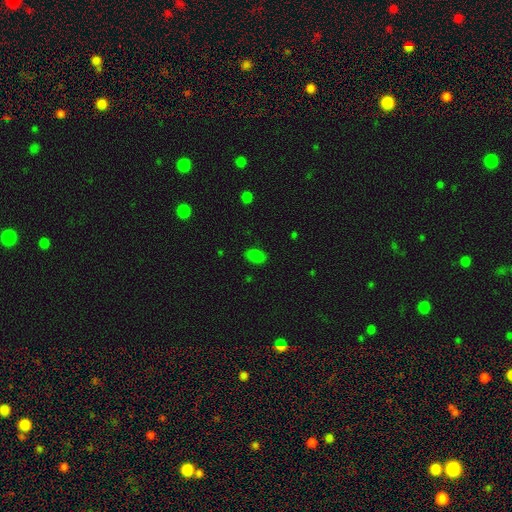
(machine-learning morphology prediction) The model was most divided on "smooth or featured": smooth: 82%, star or artifact: 14%, featured or disk: 4%. More confident: how rounded — in between (89%); merging — none (83%).